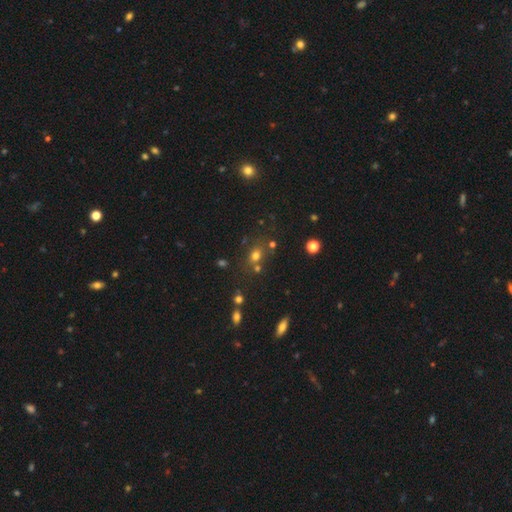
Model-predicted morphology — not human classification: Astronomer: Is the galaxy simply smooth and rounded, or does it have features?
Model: smooth — 68%.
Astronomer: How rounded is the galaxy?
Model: round — 58% (runner-up: in between, 40%).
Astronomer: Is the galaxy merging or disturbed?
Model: none — 66%.